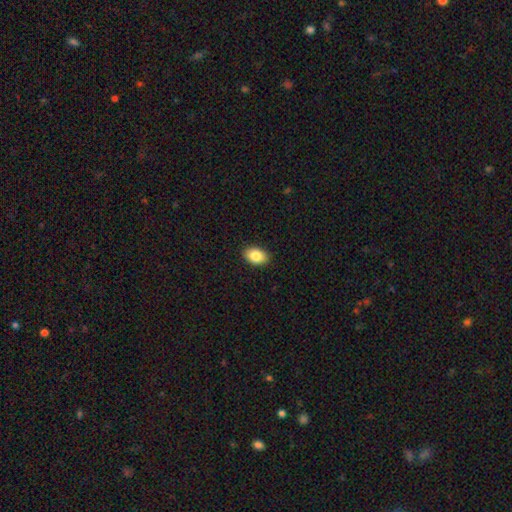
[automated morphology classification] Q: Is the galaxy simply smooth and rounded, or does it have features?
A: smooth — 86%.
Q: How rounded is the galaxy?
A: in between — 88%.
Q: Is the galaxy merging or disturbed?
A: none — 90%.